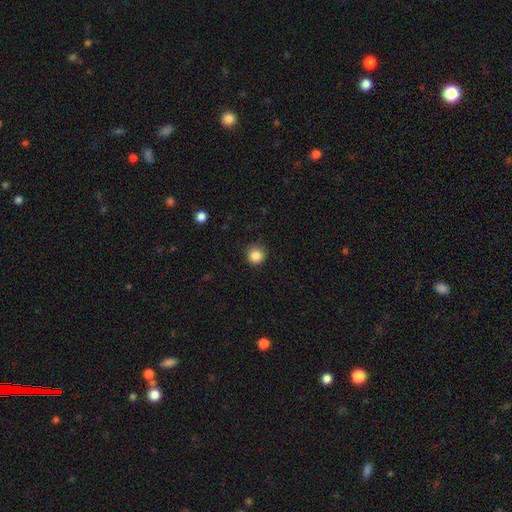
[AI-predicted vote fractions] A smooth galaxy with no disk features (86%) that is round (94%).

Vote fractions:
- Smooth or featured? smooth: 86% / star or artifact: 10% / featured or disk: 4%
- How rounded? round: 94% / in between: 5% / cigar-shaped: 1%
- Merging? none: 87% / minor disturbance: 9% / major disturbance: 2% / merger: 1%